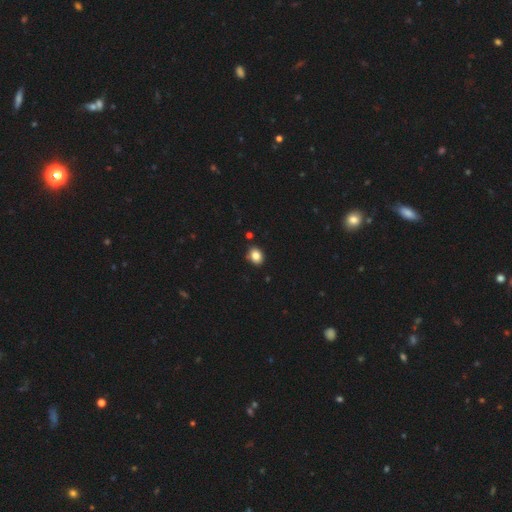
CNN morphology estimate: A smooth galaxy with no disk features (84%) that is in between round and cigar-shaped (54%).

Vote fractions:
- Smooth or featured? smooth: 84% / star or artifact: 10% / featured or disk: 6%
- How rounded? in between: 54% / round: 45% / cigar-shaped: 1%
- Merging? none: 87% / minor disturbance: 9% / merger: 2% / major disturbance: 2%